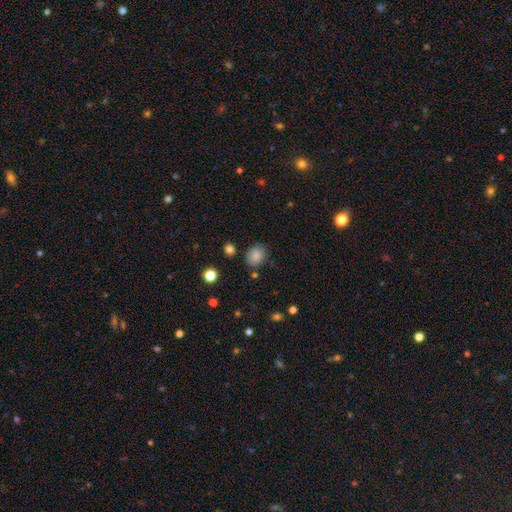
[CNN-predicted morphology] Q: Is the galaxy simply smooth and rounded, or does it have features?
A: smooth — 83%.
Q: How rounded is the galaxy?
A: round — 57%.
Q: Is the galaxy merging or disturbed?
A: none — 80%.